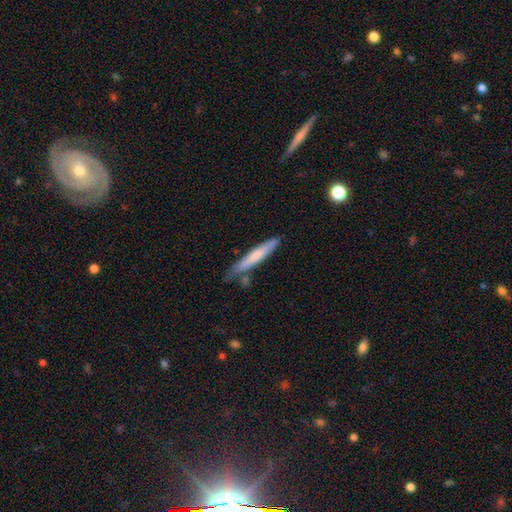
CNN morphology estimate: smooth-or-featured: smooth: 68% | featured or disk: 26% | star or artifact: 6%
  how-rounded: cigar-shaped: 94% | in between: 5% | round: 1%
  merging: none: 73% | minor disturbance: 18% | merger: 5% | major disturbance: 3%